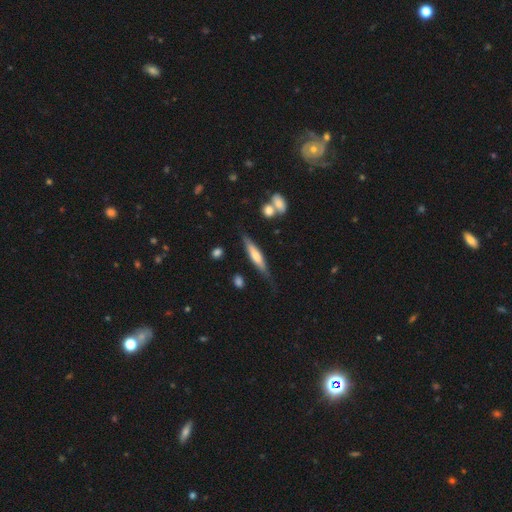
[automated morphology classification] Smooth or featured? Predicted: smooth (p=0.49). Merging? Predicted: none (p=0.73).